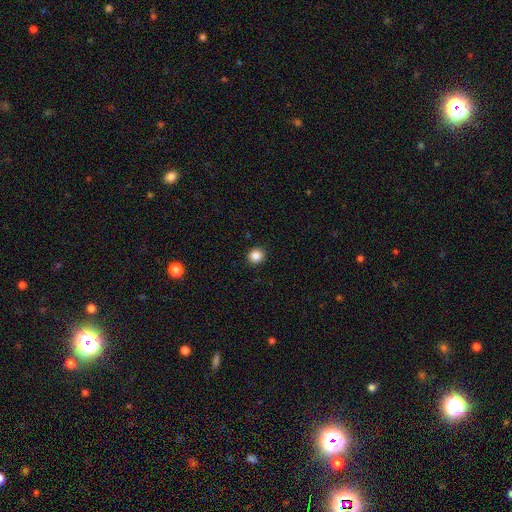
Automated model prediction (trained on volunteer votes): Smooth or featured? smooth (87%)
How rounded? round (85%)
Merging? none (92%)